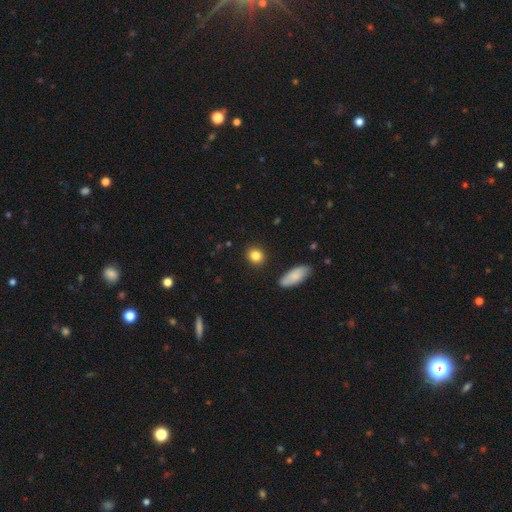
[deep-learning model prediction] A smooth galaxy with no disk features (84%) that is round (77%).

Vote fractions:
- Smooth or featured? smooth: 84% / star or artifact: 9% / featured or disk: 6%
- How rounded? round: 77% / in between: 21% / cigar-shaped: 2%
- Merging? none: 89% / minor disturbance: 7% / merger: 2% / major disturbance: 2%